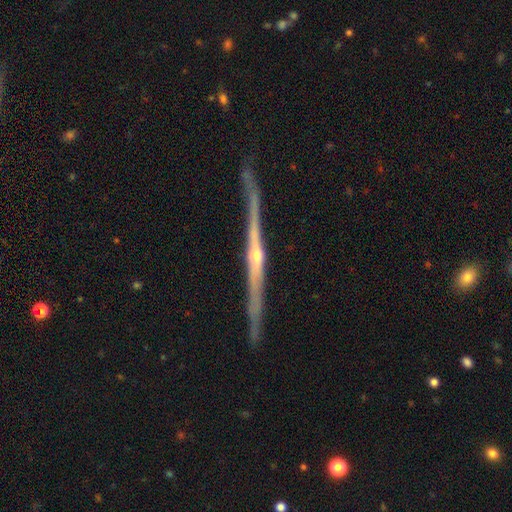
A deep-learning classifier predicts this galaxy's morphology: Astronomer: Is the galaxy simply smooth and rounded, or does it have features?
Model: featured or disk — 88%.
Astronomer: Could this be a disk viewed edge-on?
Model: yes — 98%.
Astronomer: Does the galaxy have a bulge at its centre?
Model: rounded — 82%.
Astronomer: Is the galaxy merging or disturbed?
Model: none — 86%.